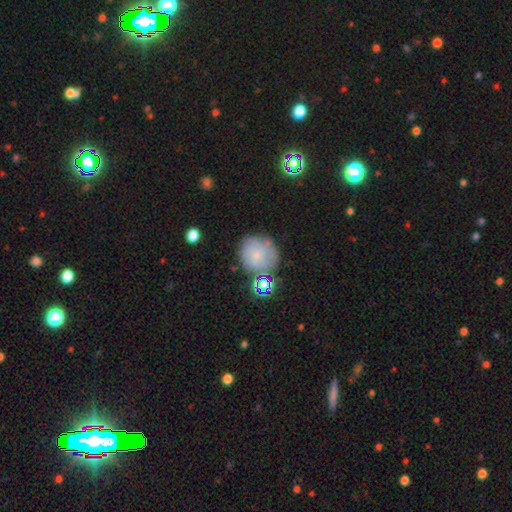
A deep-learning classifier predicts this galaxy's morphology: A smooth galaxy with no disk features (54%) that is round (86%).

Vote fractions:
- Smooth or featured? smooth: 54% / featured or disk: 33% / star or artifact: 13%
- How rounded? round: 86% / in between: 13% / cigar-shaped: 1%
- Merging? none: 66% / minor disturbance: 19% / major disturbance: 8% / merger: 7%